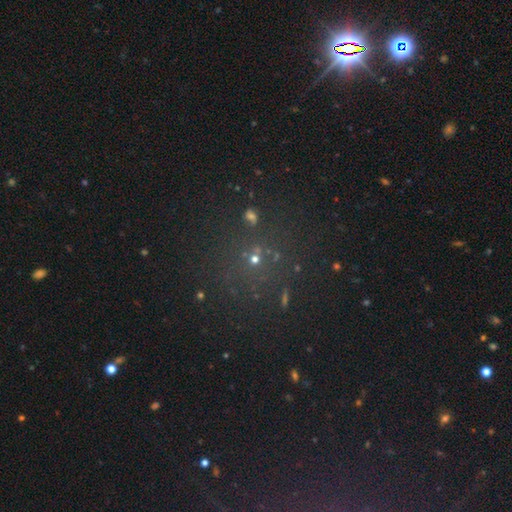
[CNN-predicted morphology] smooth_or_featured: star or artifact (p=0.61) [alt: smooth p=0.29]